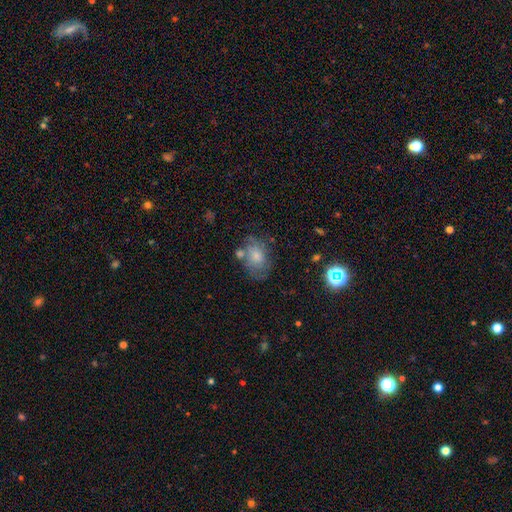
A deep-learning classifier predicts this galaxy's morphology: Smooth or featured? smooth (64%)
How rounded? in between (72%)
Merging? none (53%)